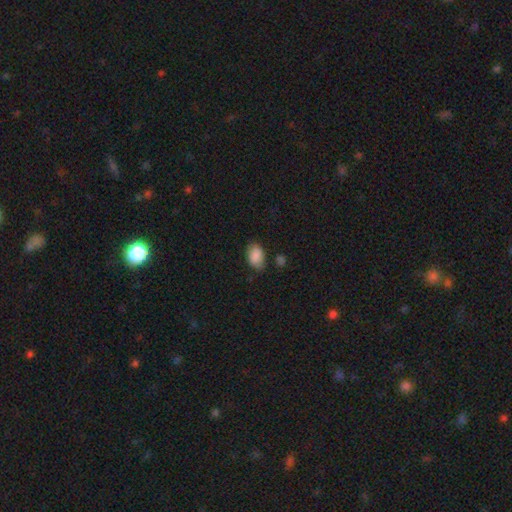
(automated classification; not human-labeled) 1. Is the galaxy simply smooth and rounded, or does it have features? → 87% smooth, 7% star or artifact, 5% featured or disk.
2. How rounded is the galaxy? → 88% in between, 11% round, 1% cigar-shaped.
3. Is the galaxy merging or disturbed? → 71% none, 21% minor disturbance, 5% major disturbance, 3% merger.